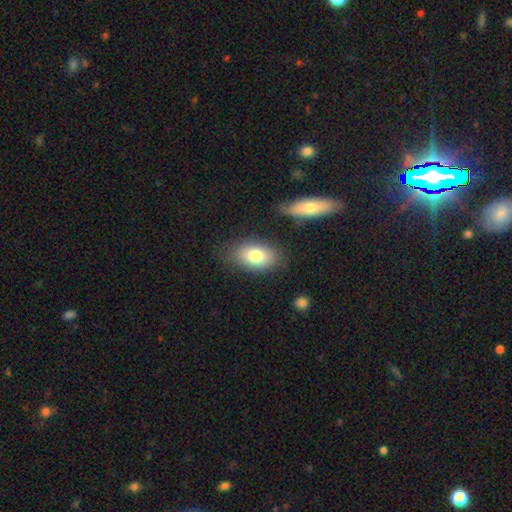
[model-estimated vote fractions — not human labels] This appears to be a smooth galaxy with no disk features (77%) that is in between round and cigar-shaped (89%). Merging: none (78%).